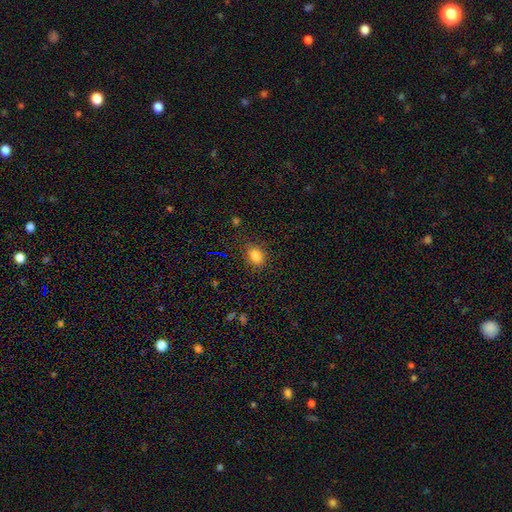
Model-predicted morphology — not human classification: smooth-or-featured: smooth: 80% | star or artifact: 14% | featured or disk: 6%
  how-rounded: in between: 60% | round: 39% | cigar-shaped: 1%
  merging: none: 82% | minor disturbance: 13% | major disturbance: 4% | merger: 2%